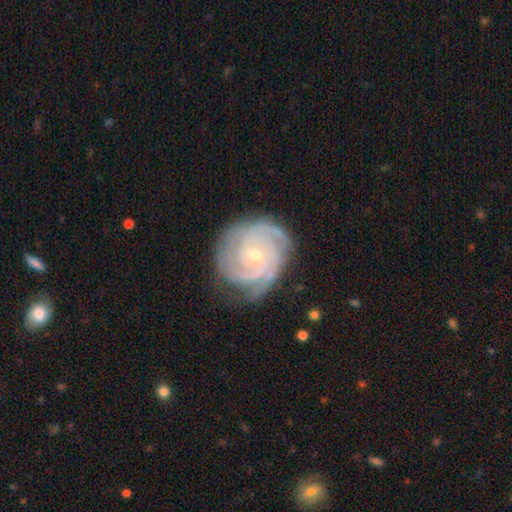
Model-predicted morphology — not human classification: Smooth or featured? featured or disk (89%)
Edge-on disk? no (98%)
Bar? no (61%)
Spiral arms? yes (98%)
Spiral winding? tight (78%)
Spiral arm count? 3 (36%)
Bulge size? small (69%)
Merging? none (76%)